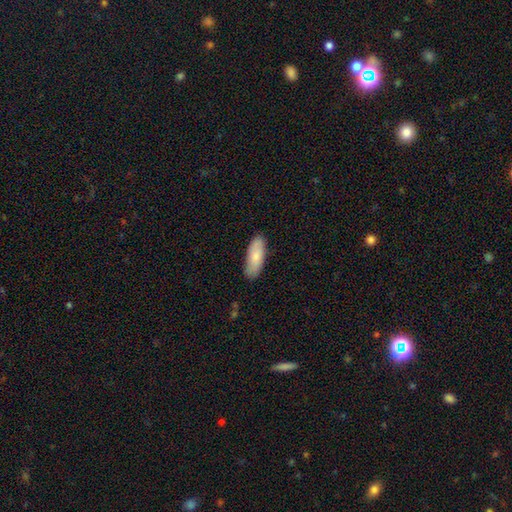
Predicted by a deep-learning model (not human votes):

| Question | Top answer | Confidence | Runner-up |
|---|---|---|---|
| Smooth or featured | smooth | 79% | featured or disk (16%) |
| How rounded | in between | 72% | cigar-shaped (26%) |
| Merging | none | 83% | minor disturbance (14%) |